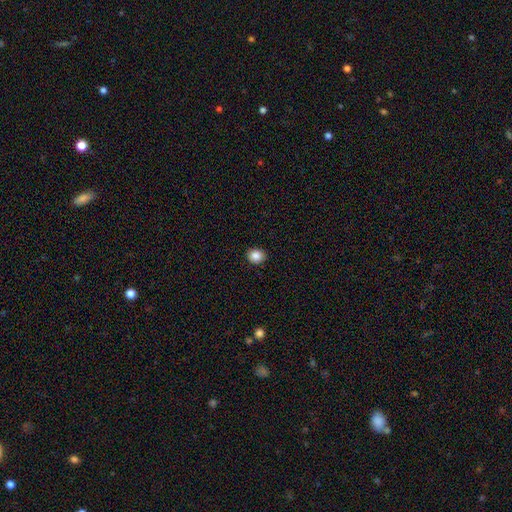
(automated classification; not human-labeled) This is clearly a smooth galaxy (86%). How rounded: likely round (72%). Merging: clearly none (92%).